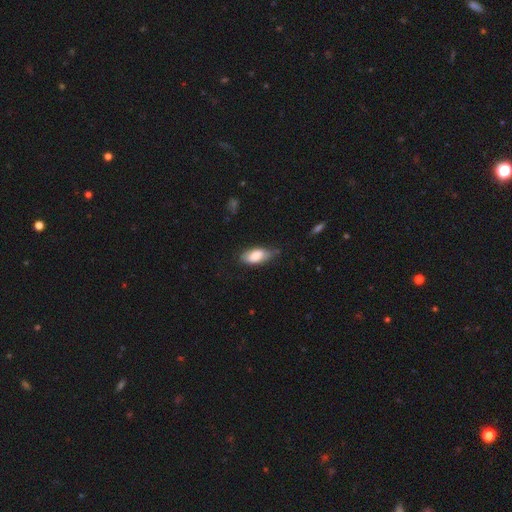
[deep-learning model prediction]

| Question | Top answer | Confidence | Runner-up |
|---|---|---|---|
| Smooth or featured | smooth | 80% | featured or disk (14%) |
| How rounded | in between | 88% | cigar-shaped (10%) |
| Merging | none | 63% | minor disturbance (30%) |